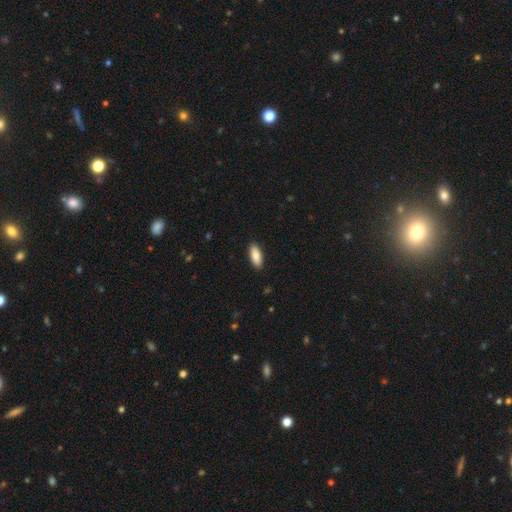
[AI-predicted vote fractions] Smooth or featured? Predicted: smooth (p=0.87). How rounded? Predicted: in between (p=0.80). Merging? Predicted: none (p=0.90).